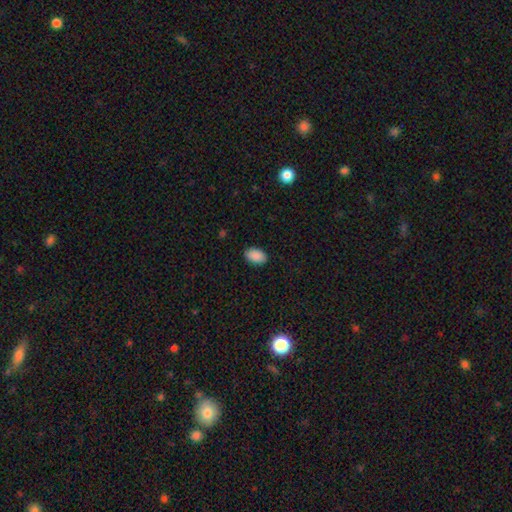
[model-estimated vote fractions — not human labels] Smooth or featured?
  - smooth: 90% *
  - star or artifact: 7%
  - featured or disk: 3%
How rounded?
  - in between: 92% *
  - round: 7%
  - cigar-shaped: 1%
Merging?
  - none: 89% *
  - minor disturbance: 8%
  - major disturbance: 2%
  - merger: 1%